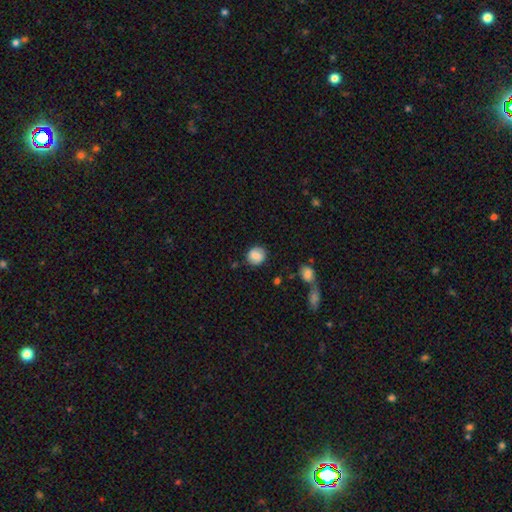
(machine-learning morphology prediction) Overall: smooth (80%). How rounded: round (75%). Merging: none (81%).